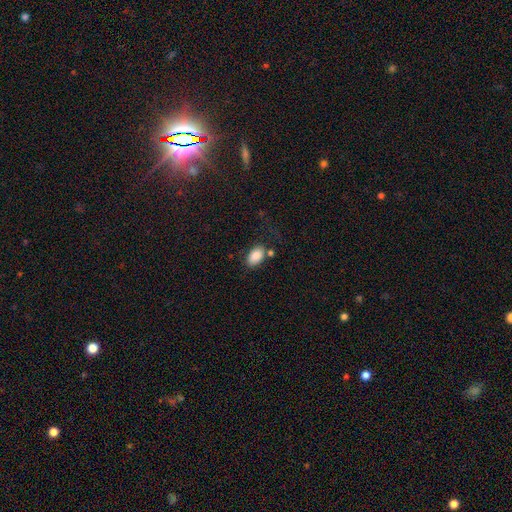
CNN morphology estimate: Q: Smooth or featured?
A: smooth (88%); runner-up: star or artifact (8%)
Q: How rounded?
A: in between (91%); runner-up: round (7%)
Q: Merging?
A: none (66%); runner-up: minor disturbance (17%)